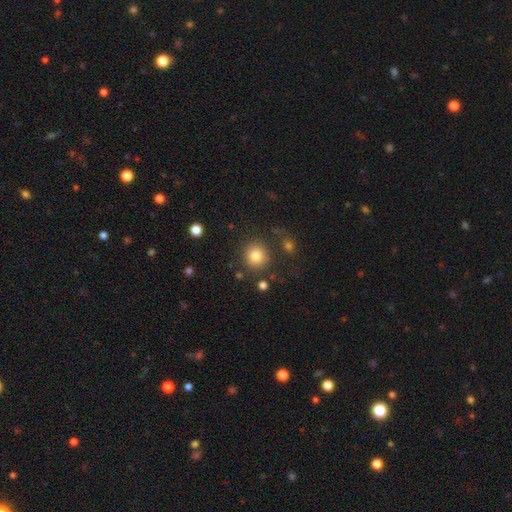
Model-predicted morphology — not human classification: This is clearly a smooth galaxy (82%). How rounded: clearly round (90%). Merging: clearly none (82%).